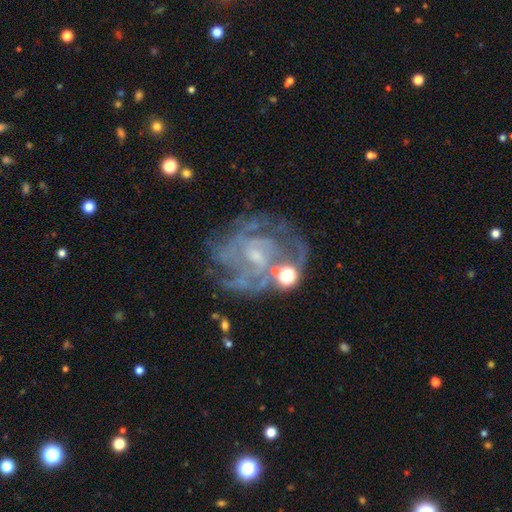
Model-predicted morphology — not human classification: Q: Smooth or featured?
A: featured or disk (80%); runner-up: star or artifact (12%)
Q: Edge-on disk?
A: no (98%); runner-up: yes (2%)
Q: Bar?
A: no (50%); runner-up: weak (39%)
Q: Spiral arms?
A: yes (87%); runner-up: no (13%)
Q: Spiral winding?
A: tight (54%); runner-up: medium (35%)
Q: Spiral arm count?
A: can't tell (37%); runner-up: 3 (19%)
Q: Bulge size?
A: small (67%); runner-up: moderate (17%)
Q: Merging?
A: none (63%); runner-up: minor disturbance (17%)